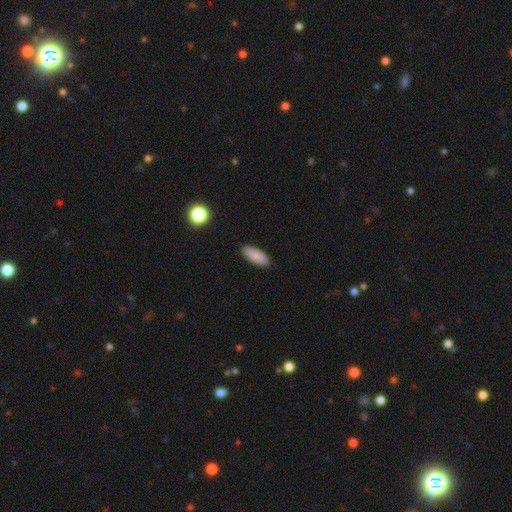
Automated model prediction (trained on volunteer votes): This appears to be a smooth galaxy with no disk features (89%) that is in between round and cigar-shaped (78%). Merging: none (90%).